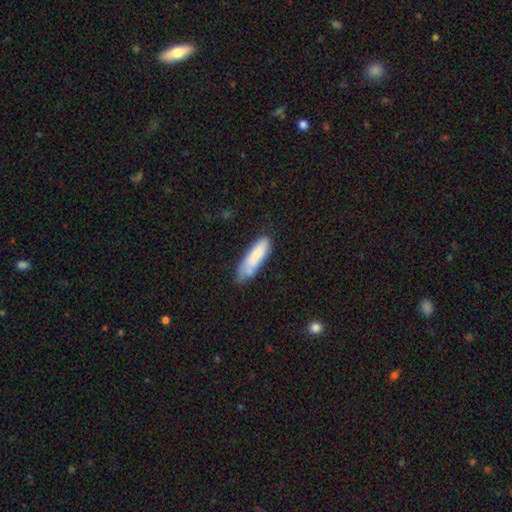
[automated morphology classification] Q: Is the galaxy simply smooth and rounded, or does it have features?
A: smooth — 77%.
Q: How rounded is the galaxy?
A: cigar-shaped — 55%.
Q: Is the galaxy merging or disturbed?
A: none — 53%.